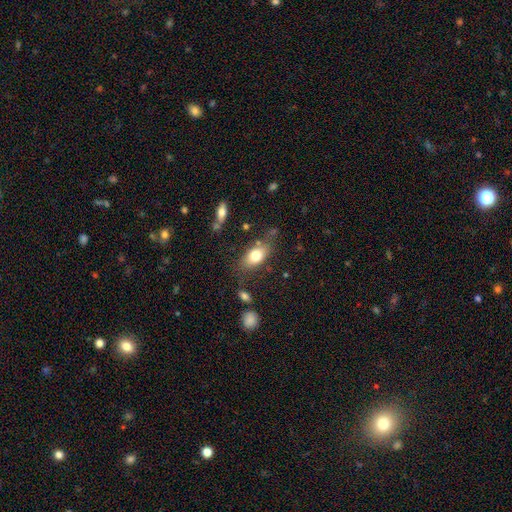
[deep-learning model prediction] Smooth or featured?
  - smooth: 77% *
  - featured or disk: 16%
  - star or artifact: 7%
How rounded?
  - in between: 86% *
  - cigar-shaped: 7%
  - round: 7%
Merging?
  - none: 70% *
  - minor disturbance: 18%
  - major disturbance: 6%
  - merger: 5%